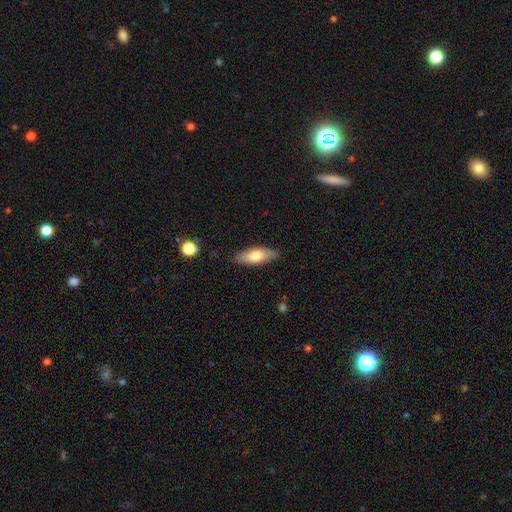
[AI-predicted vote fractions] Morphology: type=smooth (68%); roundness=in between (63%); merging=none (85%).